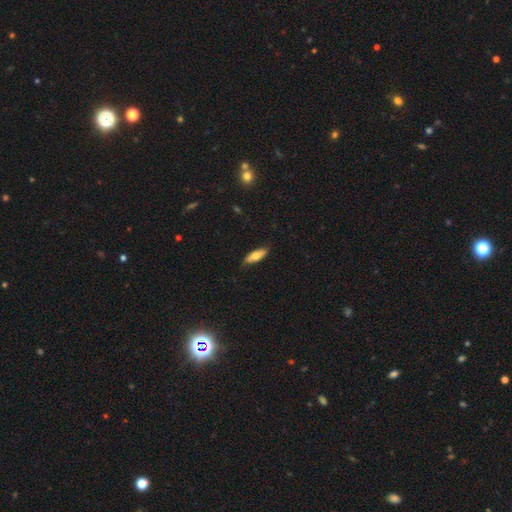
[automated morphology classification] A smooth galaxy with no disk features (68%) that is in between round and cigar-shaped (66%).

Vote fractions:
- Smooth or featured? smooth: 68% / featured or disk: 26% / star or artifact: 6%
- How rounded? in between: 66% / cigar-shaped: 32% / round: 2%
- Merging? none: 80% / minor disturbance: 16% / major disturbance: 3% / merger: 1%